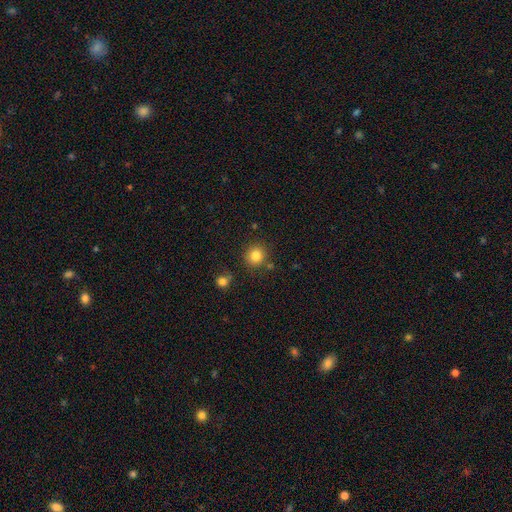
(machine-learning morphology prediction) smooth-or-featured: smooth: 83% | star or artifact: 11% | featured or disk: 6%
  how-rounded: round: 88% | in between: 11% | cigar-shaped: 1%
  merging: none: 82% | minor disturbance: 9% | merger: 6% | major disturbance: 3%